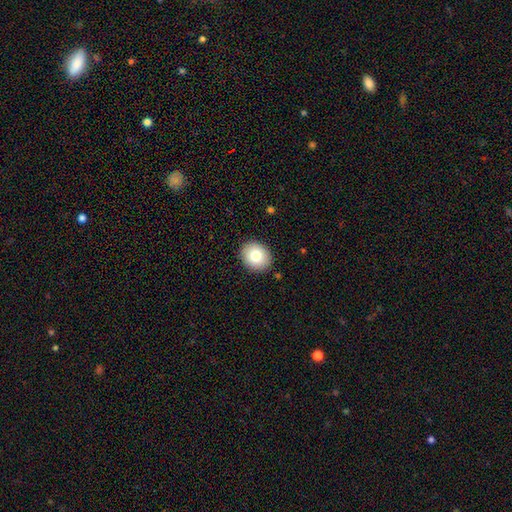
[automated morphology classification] type=smooth (80%); roundness=round (59%); merging=none (90%).